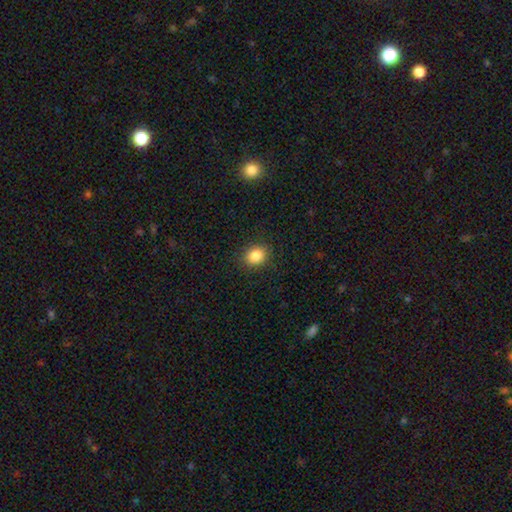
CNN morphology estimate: smooth 86%, star or artifact 10%, featured or disk 4%. Down the decision tree: how rounded — round (54%); merging — none (88%).